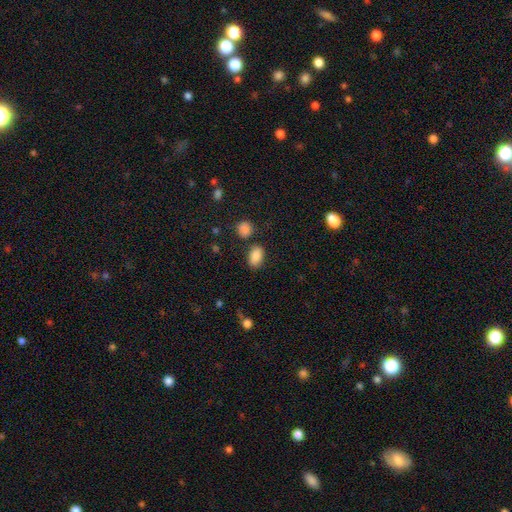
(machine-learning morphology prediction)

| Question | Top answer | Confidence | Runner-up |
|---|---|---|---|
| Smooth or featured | smooth | 87% | star or artifact (9%) |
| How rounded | in between | 88% | round (10%) |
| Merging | none | 79% | minor disturbance (12%) |